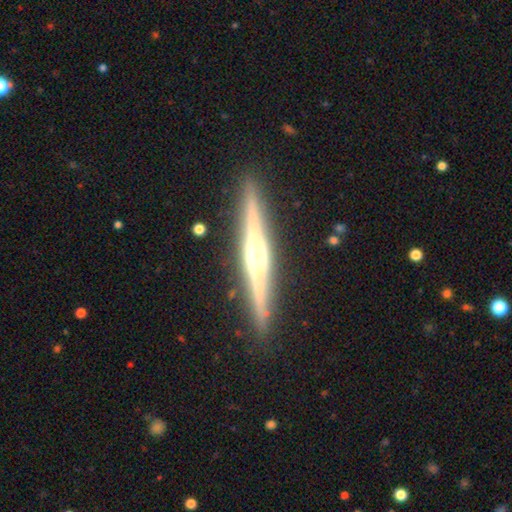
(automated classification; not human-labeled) Smooth or featured?
  - featured or disk: 84% *
  - smooth: 11%
  - star or artifact: 5%
Edge-on disk?
  - yes: 98% *
  - no: 2%
Edge-on bulge?
  - rounded: 81% *
  - boxy: 13%
  - none: 6%
Merging?
  - none: 91% *
  - minor disturbance: 7%
  - major disturbance: 1%
  - merger: 1%